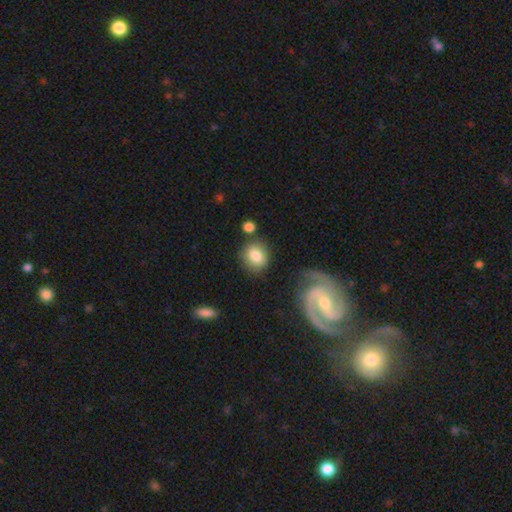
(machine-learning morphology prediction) smooth 81%, featured or disk 11%, star or artifact 8%. Down the decision tree: how rounded — round (63%); merging — none (72%).